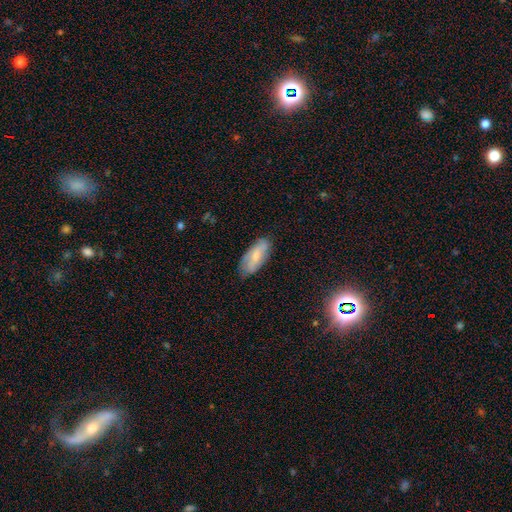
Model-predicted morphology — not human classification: smooth-or-featured: smooth: 62% | featured or disk: 31% | star or artifact: 7%
  how-rounded: in between: 81% | cigar-shaped: 17% | round: 2%
  merging: none: 75% | minor disturbance: 20% | major disturbance: 4% | merger: 1%